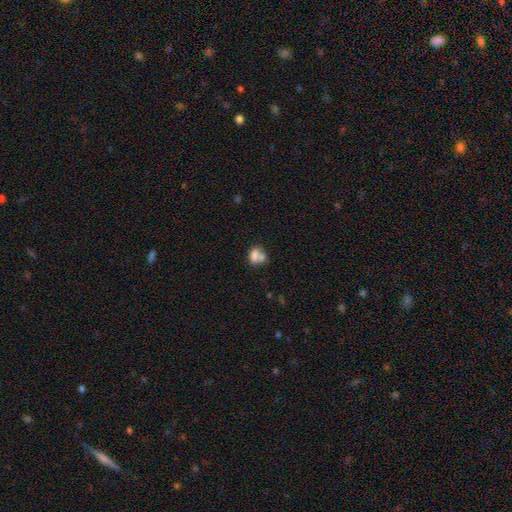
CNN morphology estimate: Smooth or featured?
  - smooth: 69% *
  - featured or disk: 20%
  - star or artifact: 11%
How rounded?
  - in between: 63% *
  - round: 35%
  - cigar-shaped: 2%
Merging?
  - merger: 52% *
  - none: 30%
  - minor disturbance: 11%
  - major disturbance: 6%